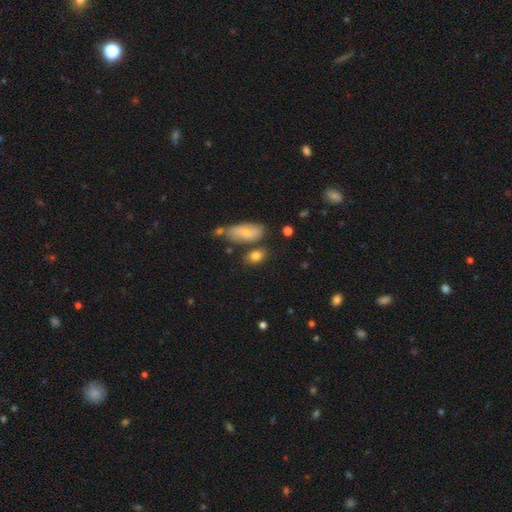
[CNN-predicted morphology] smooth-or-featured: smooth: 81% | featured or disk: 11% | star or artifact: 9%
  how-rounded: in between: 78% | round: 18% | cigar-shaped: 5%
  merging: none: 64% | merger: 16% | minor disturbance: 15% | major disturbance: 5%